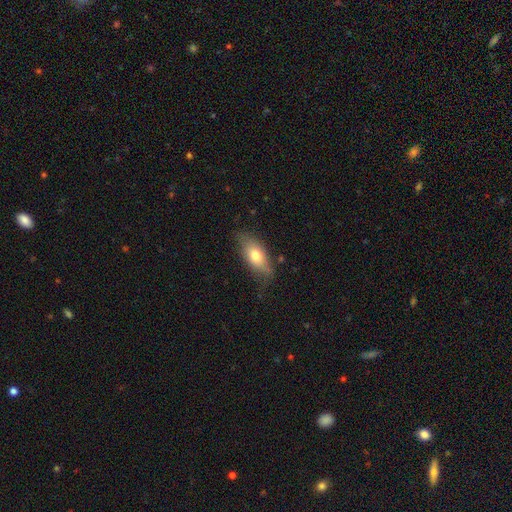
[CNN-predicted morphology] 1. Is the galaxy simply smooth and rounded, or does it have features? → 70% smooth, 23% featured or disk, 7% star or artifact.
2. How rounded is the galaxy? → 83% in between, 12% cigar-shaped, 5% round.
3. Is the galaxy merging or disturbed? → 70% none, 23% minor disturbance, 5% major disturbance, 2% merger.